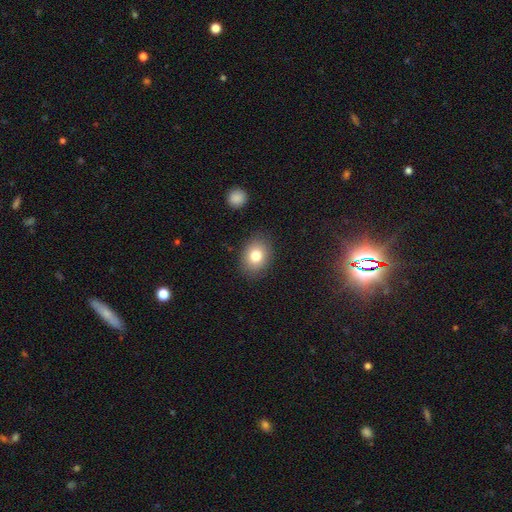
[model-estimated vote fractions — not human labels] Smooth or featured? Predicted: smooth (p=0.80). How rounded? Predicted: in between (p=0.62). Merging? Predicted: none (p=0.86).